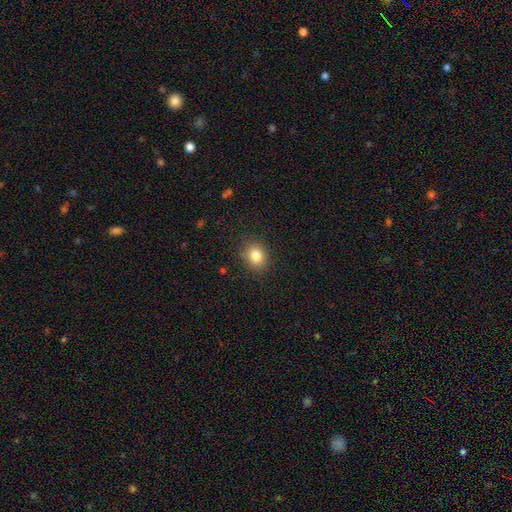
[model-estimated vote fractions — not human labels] The model was most divided on "how rounded": round: 60%, in between: 39%, cigar-shaped: 1%. More confident: merging — none (86%); smooth or featured — smooth (83%).